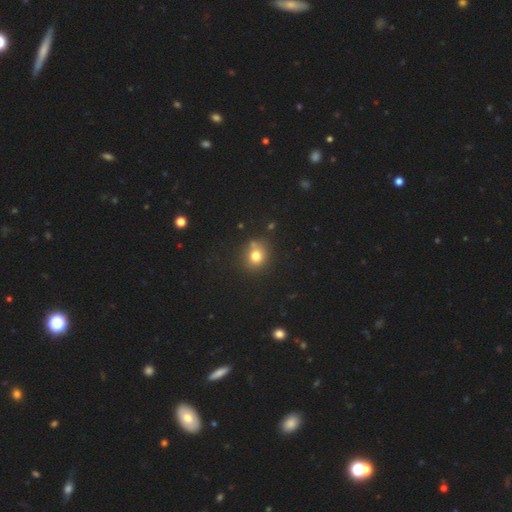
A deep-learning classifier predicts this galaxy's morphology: smooth 77%, star or artifact 15%, featured or disk 8%. Down the decision tree: how rounded — round (75%); merging — none (75%).